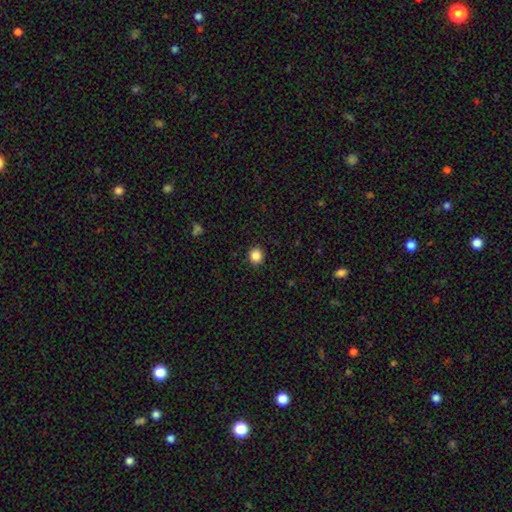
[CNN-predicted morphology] Smooth or featured? smooth (87%)
How rounded? round (84%)
Merging? none (91%)